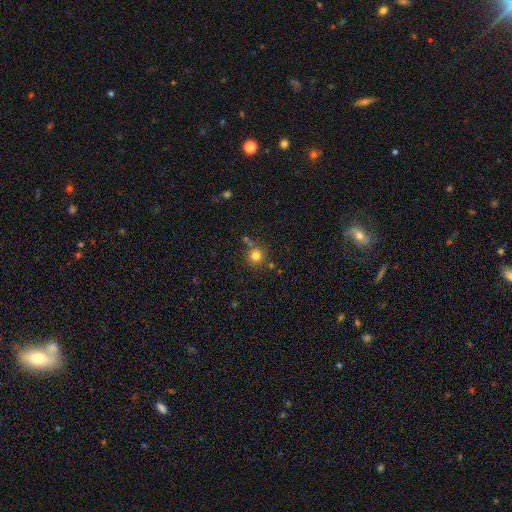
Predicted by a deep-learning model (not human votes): This is clearly a smooth galaxy (80%). How rounded: clearly round (93%). Merging: likely none (76%).